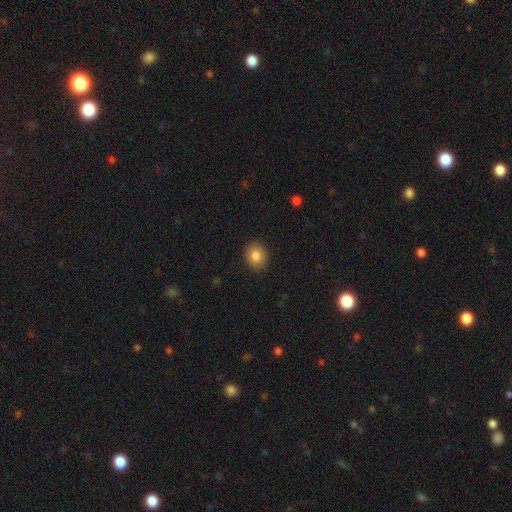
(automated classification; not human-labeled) Morphology: type=smooth (85%); roundness=round (68%); merging=none (90%).